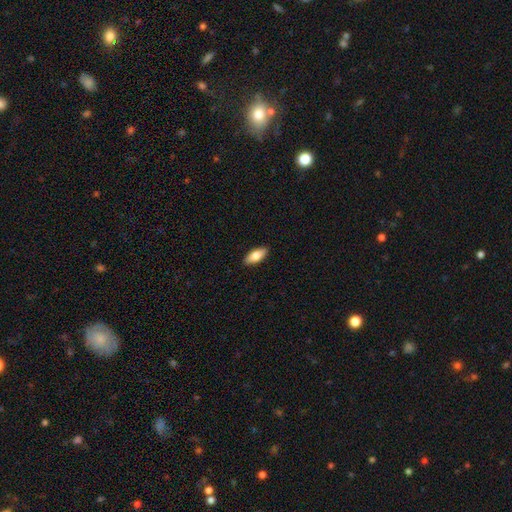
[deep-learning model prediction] Overall: smooth (79%). How rounded: in between (84%). Merging: none (90%).